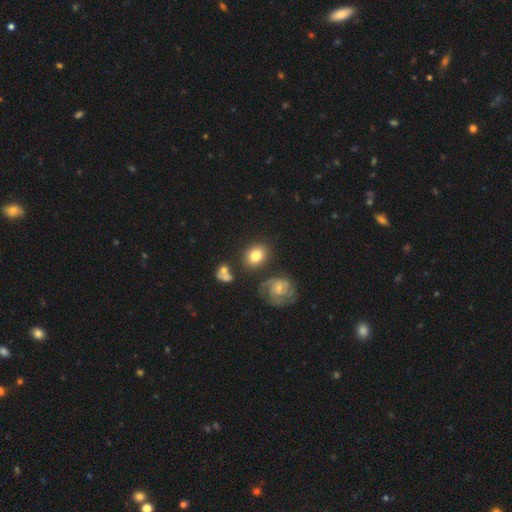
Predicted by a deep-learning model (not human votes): Smooth or featured: smooth — 71% (featured or disk — 20%)
How rounded: round — 50% (in between — 49%)
Merging: none — 76% (minor disturbance — 13%)